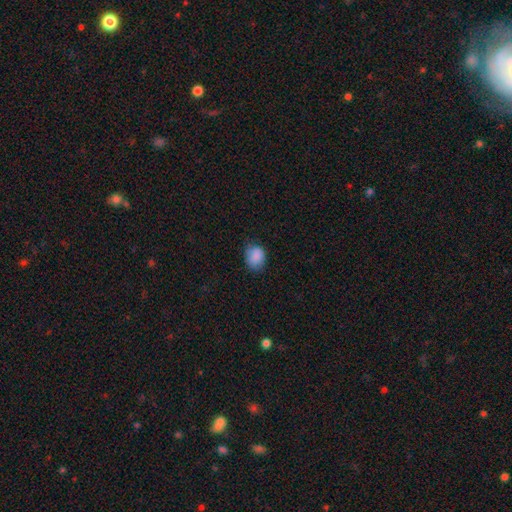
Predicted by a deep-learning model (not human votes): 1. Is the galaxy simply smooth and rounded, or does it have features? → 87% smooth, 8% star or artifact, 5% featured or disk.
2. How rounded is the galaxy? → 55% in between, 44% round, 1% cigar-shaped.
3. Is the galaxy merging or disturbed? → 67% none, 26% minor disturbance, 6% major disturbance, 1% merger.